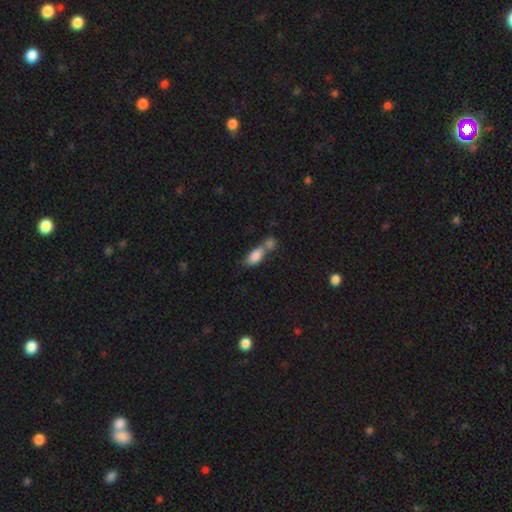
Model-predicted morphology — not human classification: This is clearly a smooth galaxy (83%). How rounded: clearly in between (87%). Merging: possibly merger (56%).